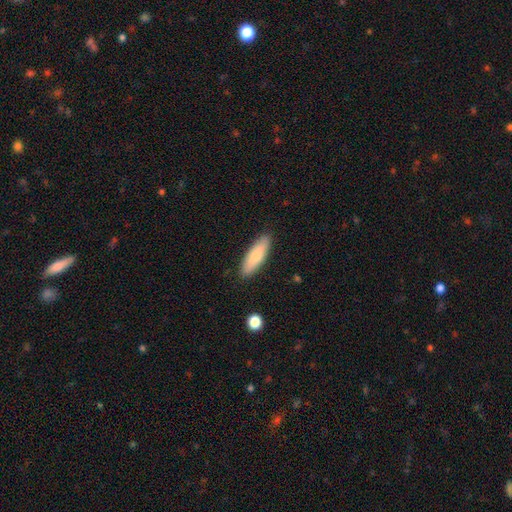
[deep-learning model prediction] The model was most divided on "how rounded": cigar-shaped: 51%, in between: 47%, round: 2%. More confident: merging — none (88%); smooth or featured — smooth (75%).